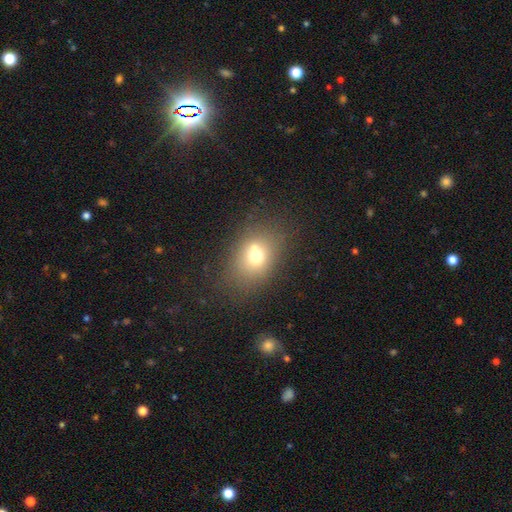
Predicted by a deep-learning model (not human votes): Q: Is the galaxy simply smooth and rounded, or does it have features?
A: smooth — 66%.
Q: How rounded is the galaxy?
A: in between — 62%.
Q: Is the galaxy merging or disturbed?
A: none — 56%.